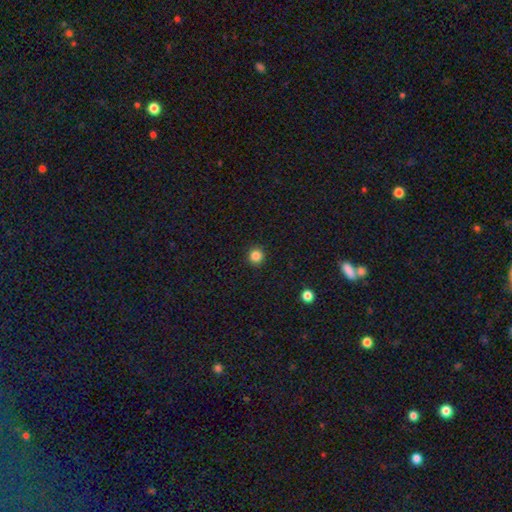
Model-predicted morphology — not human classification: type=smooth (84%); roundness=round (95%); merging=none (93%).